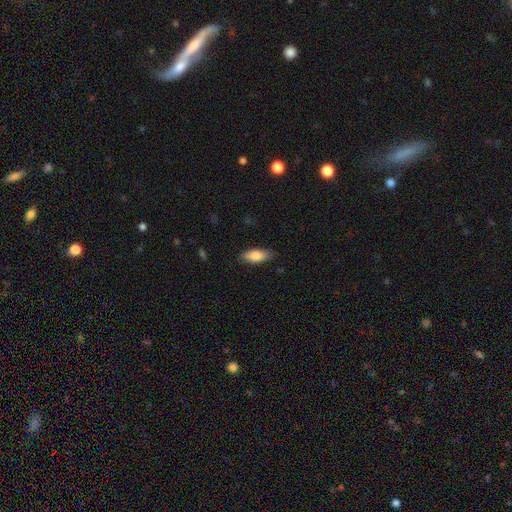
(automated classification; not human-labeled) smooth-or-featured: smooth: 83% | featured or disk: 11% | star or artifact: 6%
  how-rounded: in between: 78% | cigar-shaped: 20% | round: 2%
  merging: none: 83% | minor disturbance: 14% | major disturbance: 3% | merger: 1%